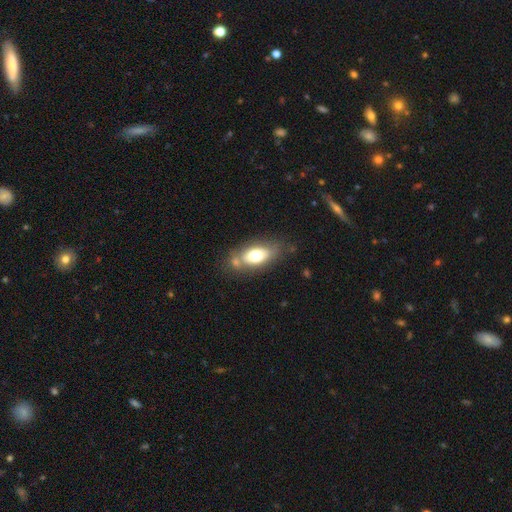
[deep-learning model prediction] Smooth or featured? smooth (65%)
How rounded? in between (86%)
Merging? none (56%)